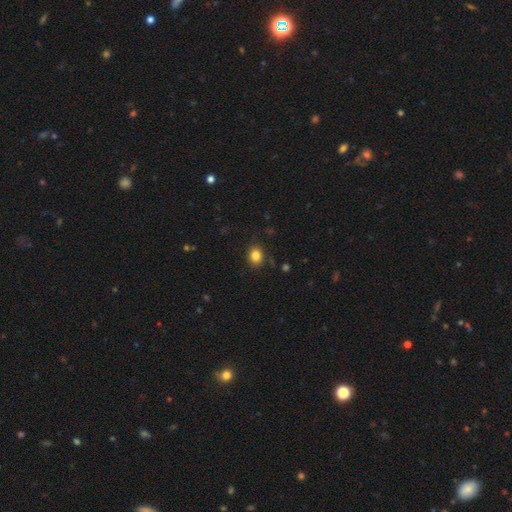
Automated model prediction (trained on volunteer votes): Q: Smooth or featured?
A: smooth (83%); runner-up: star or artifact (11%)
Q: How rounded?
A: round (62%); runner-up: in between (37%)
Q: Merging?
A: none (87%); runner-up: minor disturbance (9%)